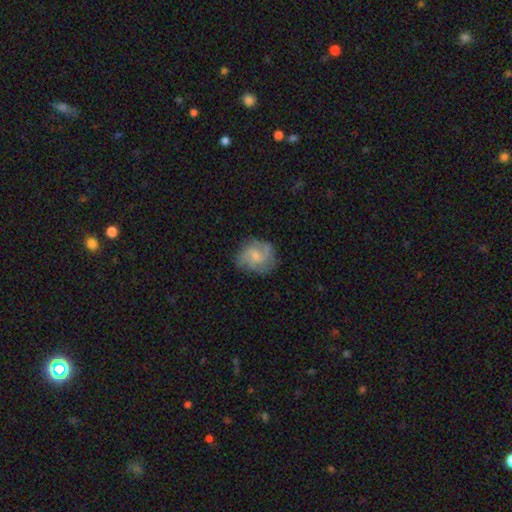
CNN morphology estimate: Smooth or featured?
  - featured or disk: 64% *
  - smooth: 30%
  - star or artifact: 7%
Edge-on disk?
  - no: 98% *
  - yes: 2%
Bar?
  - no: 50% *
  - weak: 44%
  - strong: 6%
Spiral arms?
  - yes: 90% *
  - no: 10%
Spiral winding?
  - medium: 48% *
  - tight: 28%
  - loose: 24%
Spiral arm count?
  - 3: 31% *
  - 2: 30%
  - can't tell: 21%
  - 4: 8%
  - 1: 4%
  - more than 4: 4%
Bulge size?
  - small: 51% *
  - moderate: 34%
  - none: 12%
  - large: 2%
  - dominant: 1%
Merging?
  - none: 70% *
  - minor disturbance: 20%
  - major disturbance: 8%
  - merger: 1%